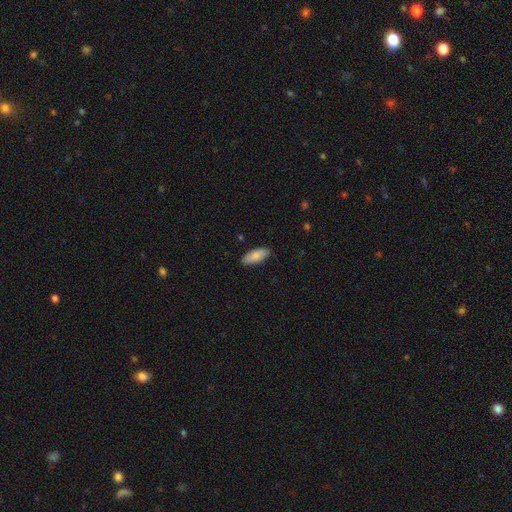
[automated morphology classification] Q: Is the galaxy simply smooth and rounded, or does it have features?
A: smooth — 86%.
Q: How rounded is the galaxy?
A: in between — 83%.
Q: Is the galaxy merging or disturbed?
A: none — 87%.